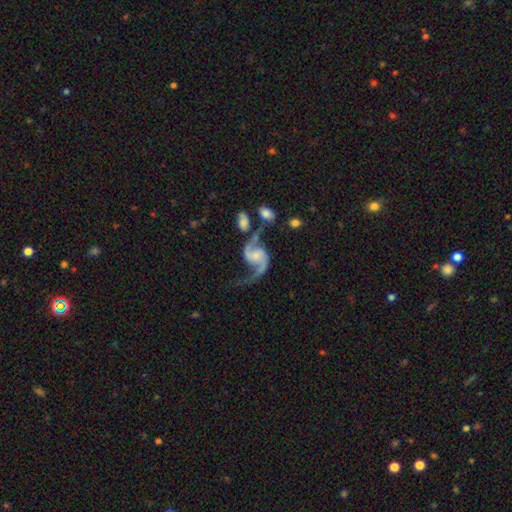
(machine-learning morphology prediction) Smooth or featured?
  - featured or disk: 91% *
  - star or artifact: 5%
  - smooth: 4%
Edge-on disk?
  - no: 98% *
  - yes: 2%
Bar?
  - no: 53% *
  - weak: 36%
  - strong: 11%
Spiral arms?
  - yes: 98% *
  - no: 2%
Spiral winding?
  - loose: 69% *
  - medium: 26%
  - tight: 4%
Spiral arm count?
  - 2: 93% *
  - 1: 2%
  - can't tell: 1%
  - 3: 1%
  - 4: 1%
  - more than 4: 1%
Bulge size?
  - small: 41% *
  - moderate: 26%
  - none: 25%
  - large: 7%
  - dominant: 2%
Merging?
  - none: 53% *
  - minor disturbance: 17%
  - merger: 16%
  - major disturbance: 14%